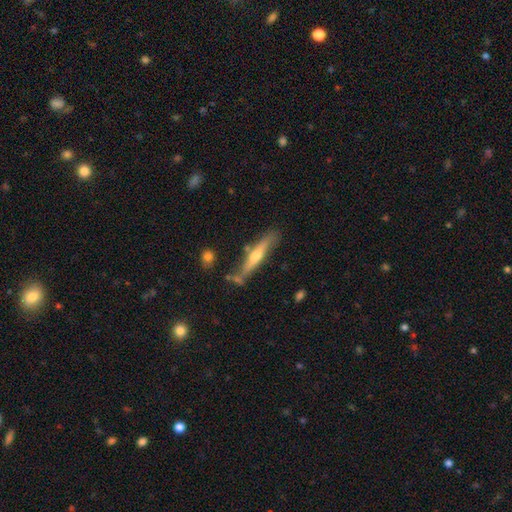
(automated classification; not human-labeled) Smooth or featured: featured or disk — 58% (smooth — 36%)
Edge-on disk: yes — 92% (no — 8%)
Edge-on bulge: rounded — 87% (none — 9%)
Merging: none — 73% (minor disturbance — 16%)